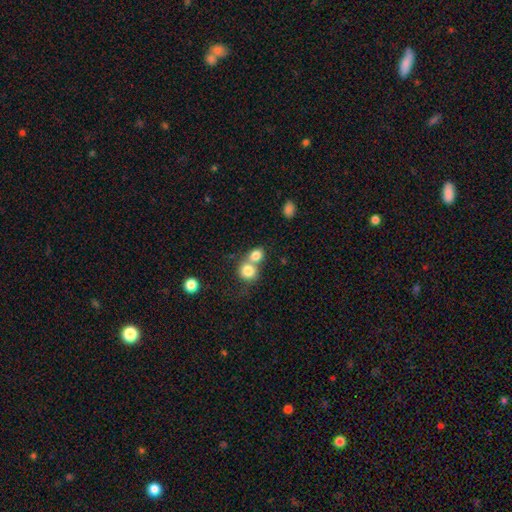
Smooth or featured?
  - smooth: 79% *
  - featured or disk: 13%
  - star or artifact: 8%
How rounded?
  - round: 77% *
  - in between: 23%
  - cigar-shaped: 0%
Merging?
  - merger: 63% *
  - none: 23%
  - minor disturbance: 9%
  - major disturbance: 6%